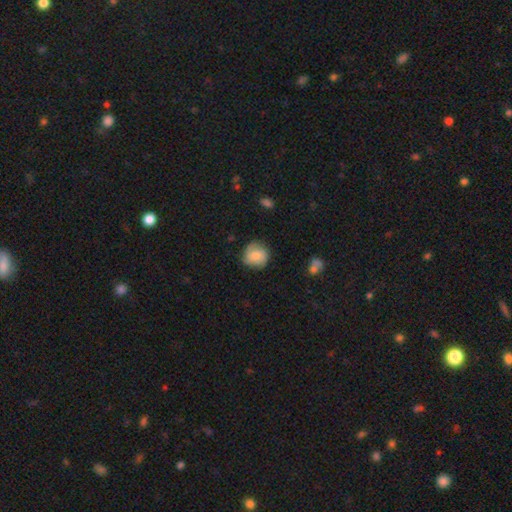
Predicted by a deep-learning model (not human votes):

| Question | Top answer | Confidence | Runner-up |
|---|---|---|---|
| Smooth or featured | smooth | 73% | featured or disk (20%) |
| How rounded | round | 88% | in between (11%) |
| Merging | none | 77% | minor disturbance (18%) |